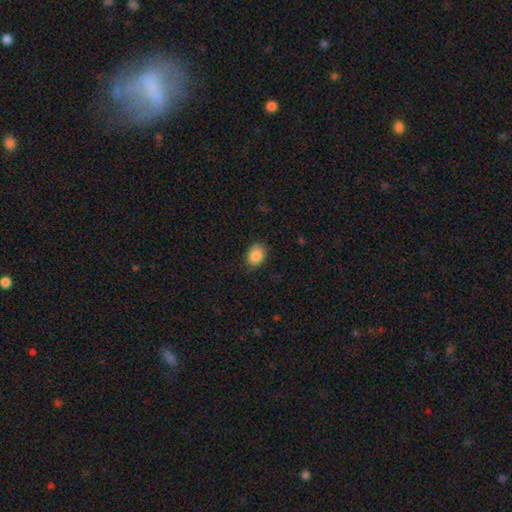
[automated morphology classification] Smooth or featured? smooth (87%)
How rounded? in between (67%)
Merging? none (84%)